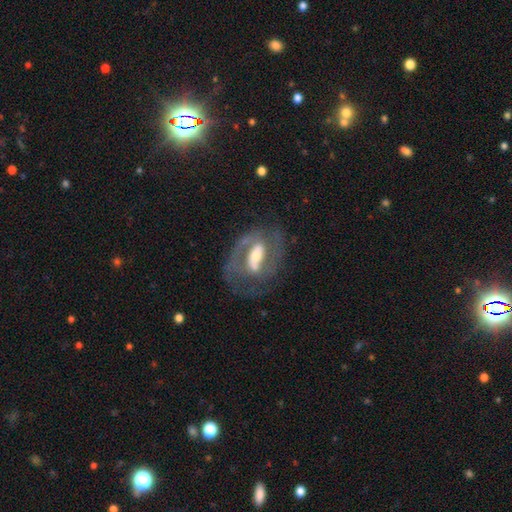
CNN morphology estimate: A featured or disk galaxy (81%) with a strong bar (47%), 2 (76%) medium (50%) spiral arms (84%) and a moderate central bulge (49%). Merging: none (61%).